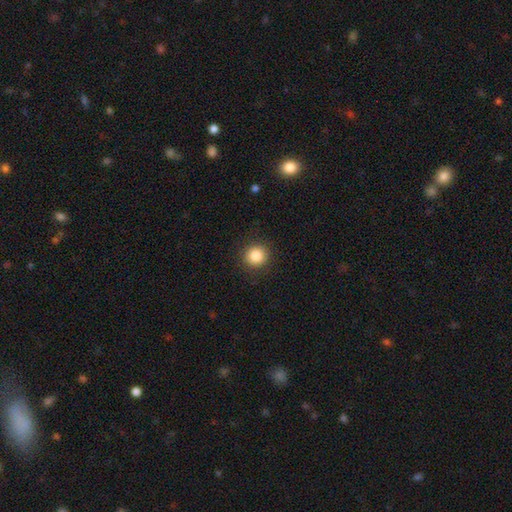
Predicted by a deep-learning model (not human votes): Smooth or featured: smooth — 85% (star or artifact — 10%)
How rounded: round — 93% (in between — 6%)
Merging: none — 91% (minor disturbance — 6%)